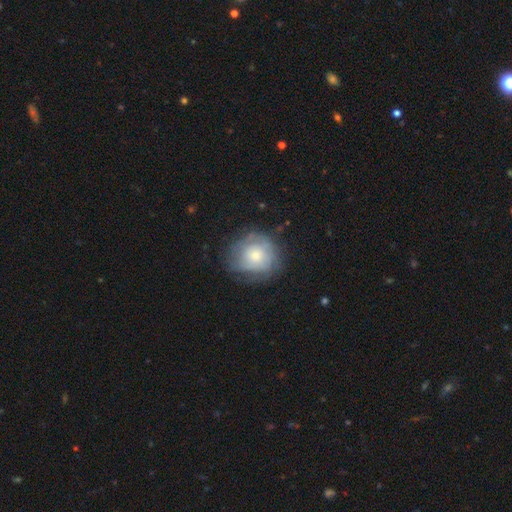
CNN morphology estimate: Smooth or featured? Predicted: smooth (p=0.53). How rounded? Predicted: round (p=0.83). Merging? Predicted: none (p=0.64).